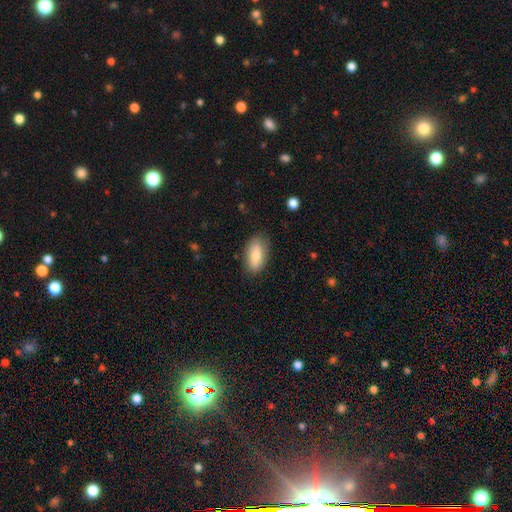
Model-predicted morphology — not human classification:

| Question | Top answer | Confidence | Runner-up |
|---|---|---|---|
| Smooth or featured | smooth | 77% | featured or disk (17%) |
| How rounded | in between | 90% | cigar-shaped (6%) |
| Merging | none | 80% | minor disturbance (16%) |